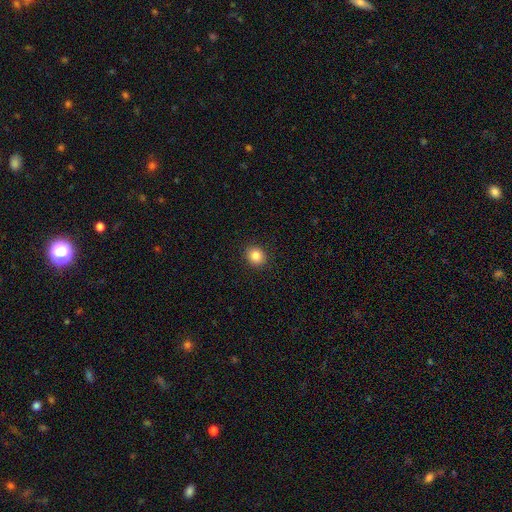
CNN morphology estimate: smooth_or_featured: smooth (p=0.84) [alt: star or artifact p=0.10]
how_rounded: round (p=0.76) [alt: in between p=0.23]
merging: none (p=0.92) [alt: minor disturbance p=0.06]